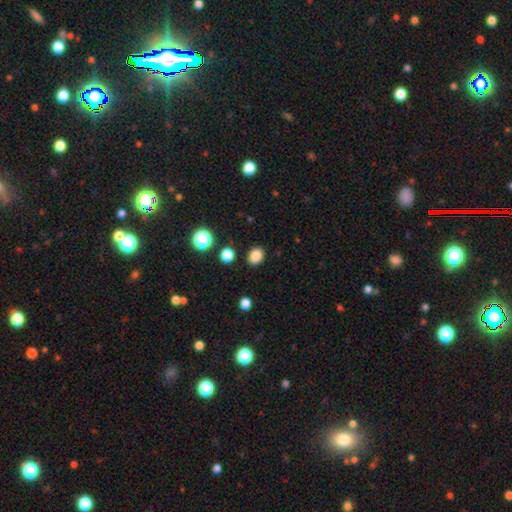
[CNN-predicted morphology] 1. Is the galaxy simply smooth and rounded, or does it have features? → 84% smooth, 12% star or artifact, 4% featured or disk.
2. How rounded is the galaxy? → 54% round, 46% in between, 1% cigar-shaped.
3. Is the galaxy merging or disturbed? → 88% none, 8% minor disturbance, 2% major disturbance, 2% merger.